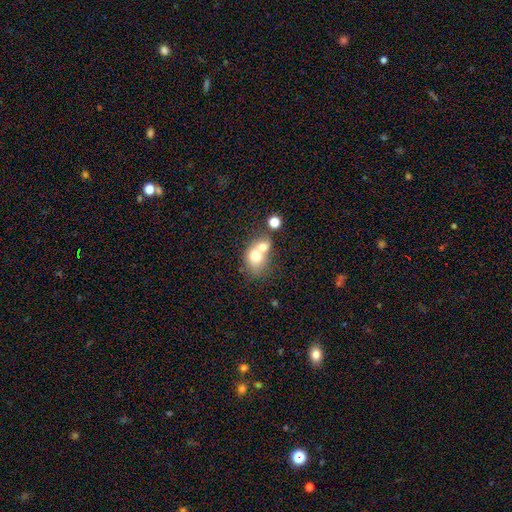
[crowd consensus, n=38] A smooth galaxy with no disk features (87%) that is round (55%).

Vote fractions:
- Smooth or featured? smooth: 87% / featured or disk: 11% / star or artifact: 3%
- How rounded? round: 55% / in between: 45% / cigar-shaped: 0%
- Merging? merger: 73% / none: 11% / major disturbance: 11% / minor disturbance: 5%